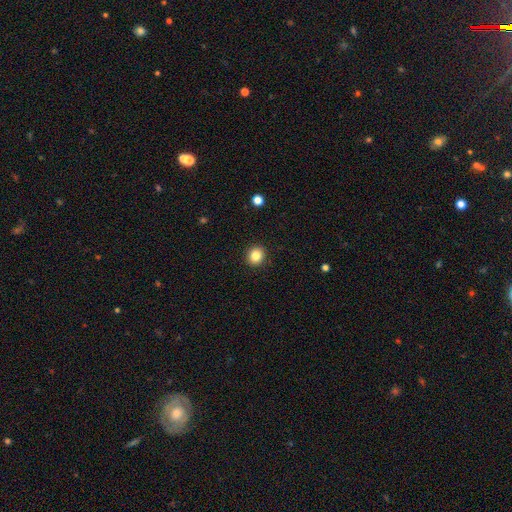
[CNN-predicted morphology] This appears to be a smooth galaxy with no disk features (84%) that is round (80%). Merging: none (92%).